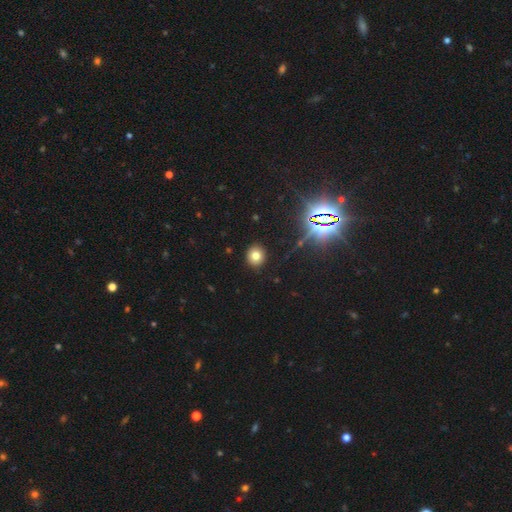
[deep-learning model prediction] A smooth galaxy with no disk features (74%) that is round (83%).

Vote fractions:
- Smooth or featured? smooth: 74% / star or artifact: 18% / featured or disk: 8%
- How rounded? round: 83% / in between: 16% / cigar-shaped: 1%
- Merging? none: 91% / minor disturbance: 6% / major disturbance: 2% / merger: 1%